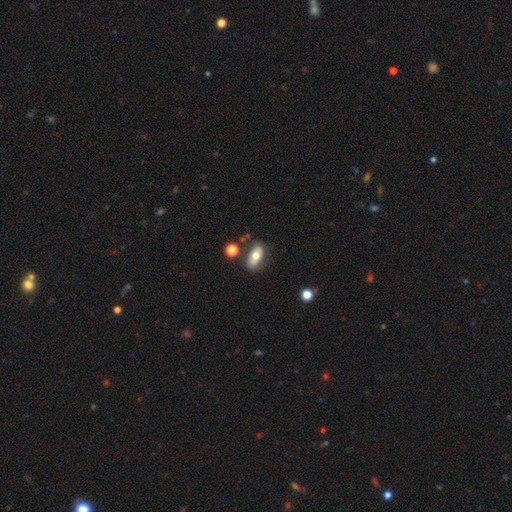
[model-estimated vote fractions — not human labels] The model was most divided on "smooth or featured": smooth: 67%, featured or disk: 25%, star or artifact: 8%. More confident: how rounded — in between (87%); merging — none (69%).